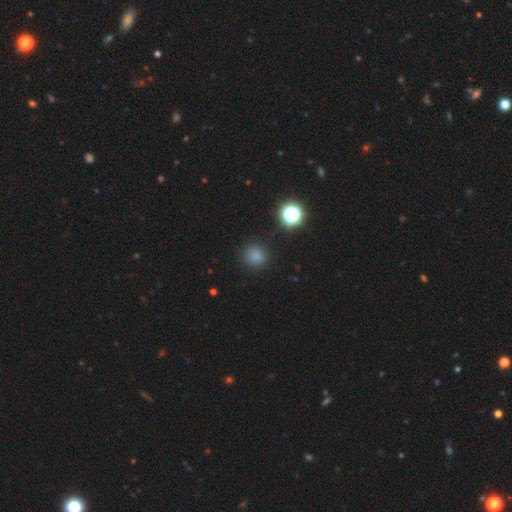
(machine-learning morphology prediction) smooth_or_featured: smooth (p=0.78) [alt: star or artifact p=0.17]
how_rounded: round (p=0.92) [alt: in between p=0.07]
merging: none (p=0.89) [alt: minor disturbance p=0.07]